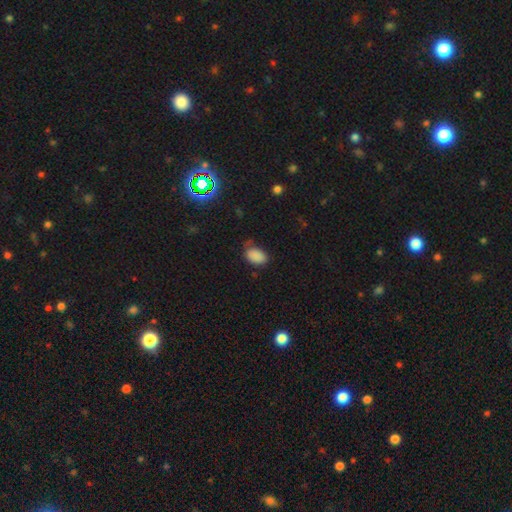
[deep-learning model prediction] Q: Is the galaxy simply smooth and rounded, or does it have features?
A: smooth — 86%.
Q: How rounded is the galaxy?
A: in between — 89%.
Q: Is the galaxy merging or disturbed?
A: none — 68%.